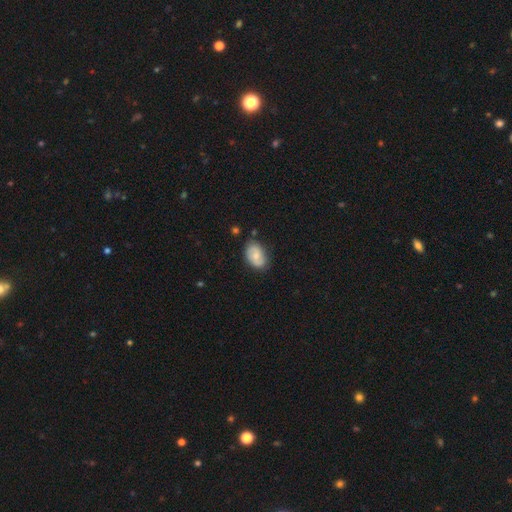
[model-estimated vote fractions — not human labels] The model was most divided on "smooth or featured": smooth: 58%, featured or disk: 35%, star or artifact: 7%. More confident: how rounded — in between (88%); merging — none (74%).